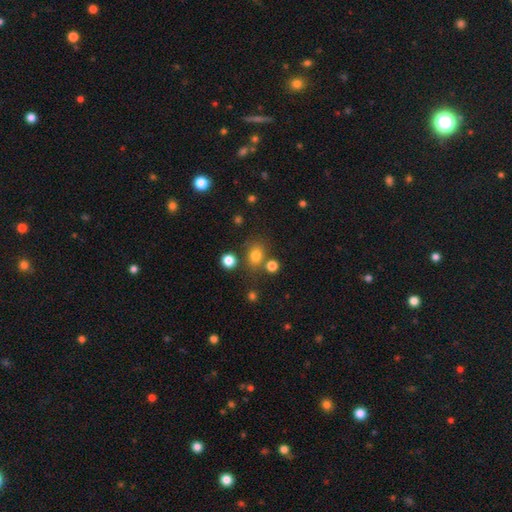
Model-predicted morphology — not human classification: Smooth or featured?
  - smooth: 76% *
  - star or artifact: 16%
  - featured or disk: 8%
How rounded?
  - round: 54% *
  - in between: 45%
  - cigar-shaped: 1%
Merging?
  - none: 70% *
  - minor disturbance: 13%
  - merger: 12%
  - major disturbance: 5%